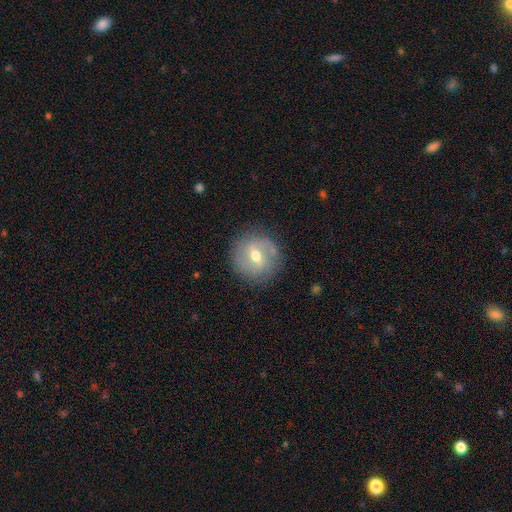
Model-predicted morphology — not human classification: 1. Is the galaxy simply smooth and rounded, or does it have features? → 57% featured or disk, 35% smooth, 8% star or artifact.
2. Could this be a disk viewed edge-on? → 94% no, 6% yes.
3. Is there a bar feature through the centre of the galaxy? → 55% weak, 23% no, 22% strong.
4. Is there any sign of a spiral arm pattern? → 63% yes, 37% no.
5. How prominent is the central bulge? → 74% moderate, 19% small, 5% large, 1% none, 1% dominant.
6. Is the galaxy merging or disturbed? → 83% none, 12% minor disturbance, 4% major disturbance, 1% merger.